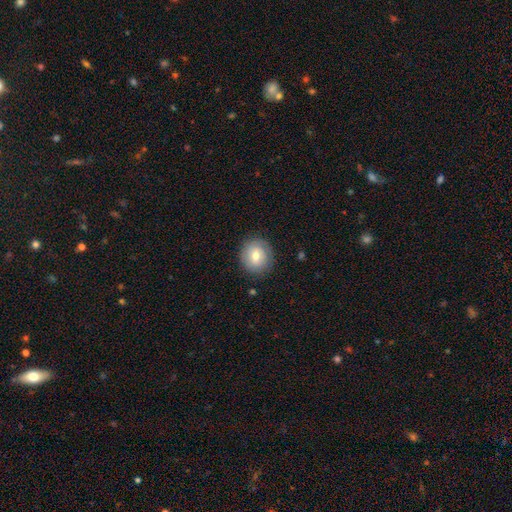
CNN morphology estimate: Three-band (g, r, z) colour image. It shows a smooth galaxy with no disk features (66%) that is round (79%). Merging: none (85%).